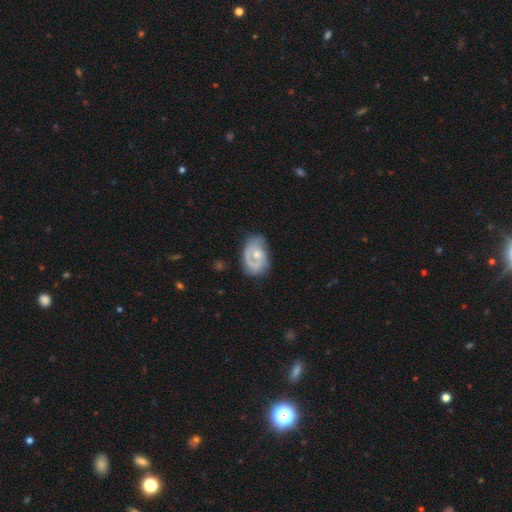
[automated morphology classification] smooth-or-featured: featured or disk: 69% | smooth: 25% | star or artifact: 6%
  disk-edge-on: no: 96% | yes: 4%
    bar: no: 73% | weak: 23% | strong: 4%
    has-spiral-arms: yes: 79% | no: 21%
      spiral-winding: medium: 38% (tied) | tight: 38% (tied) | loose: 24%
      spiral-arm-count: 2: 41% | 1: 37% | can't tell: 16% | 3: 3% | 4: 1% | more than 4: 1%
    bulge-size: moderate: 60% | small: 34% | large: 3% | none: 2% | dominant: 1%
  merging: none: 52% | minor disturbance: 28% | major disturbance: 17% | merger: 3%